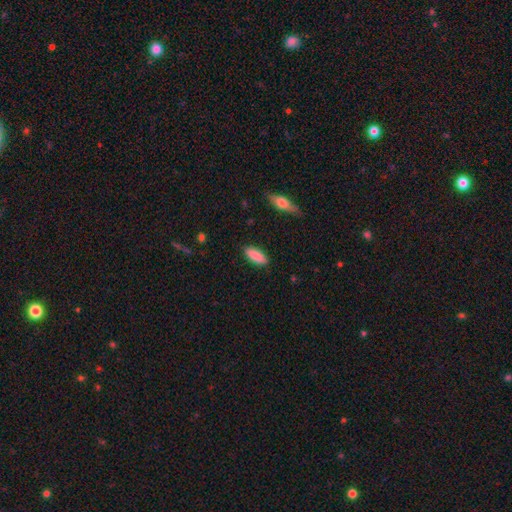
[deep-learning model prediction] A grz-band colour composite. It shows a smooth galaxy with no disk features (89%) that is in between round and cigar-shaped (76%). Merging: none (87%).